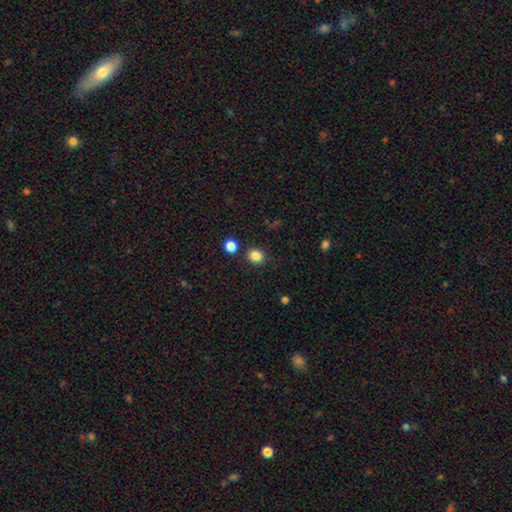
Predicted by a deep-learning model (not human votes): Q: Smooth or featured?
A: smooth (85%); runner-up: star or artifact (11%)
Q: How rounded?
A: round (78%); runner-up: in between (21%)
Q: Merging?
A: none (85%); runner-up: minor disturbance (7%)